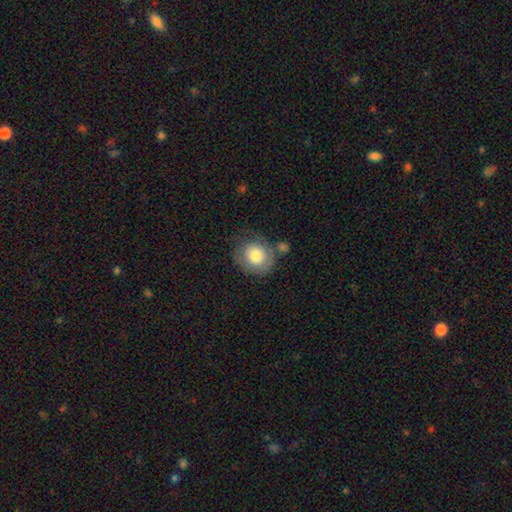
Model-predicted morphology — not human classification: This is likely a smooth galaxy (77%). How rounded: likely round (78%). Merging: possibly none (58%).